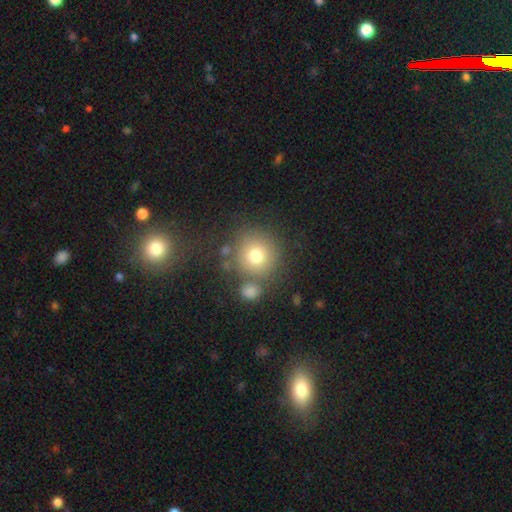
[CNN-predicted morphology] This is likely a smooth galaxy (74%). How rounded: clearly round (93%). Merging: likely none (72%).